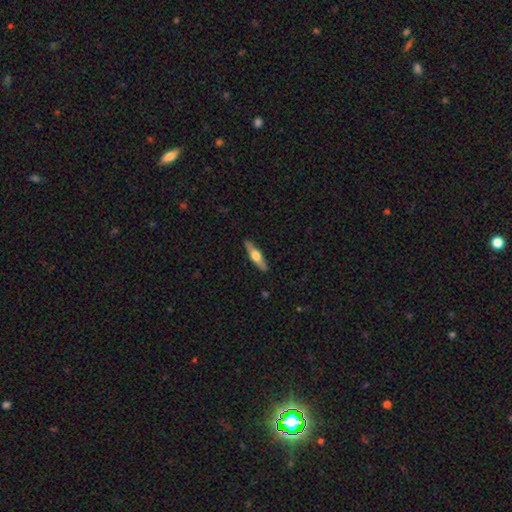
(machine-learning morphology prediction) The model was most divided on "smooth or featured": smooth: 52%, featured or disk: 43%, star or artifact: 5%. More confident: merging — none (89%); how rounded — cigar-shaped (71%).